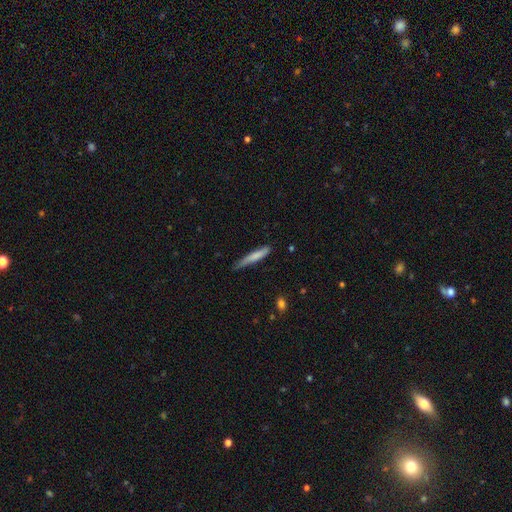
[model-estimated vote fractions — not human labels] smooth-or-featured: smooth: 72% | featured or disk: 22% | star or artifact: 6%
  how-rounded: cigar-shaped: 93% | in between: 6% | round: 1%
  merging: none: 60% | minor disturbance: 32% | major disturbance: 6% | merger: 2%